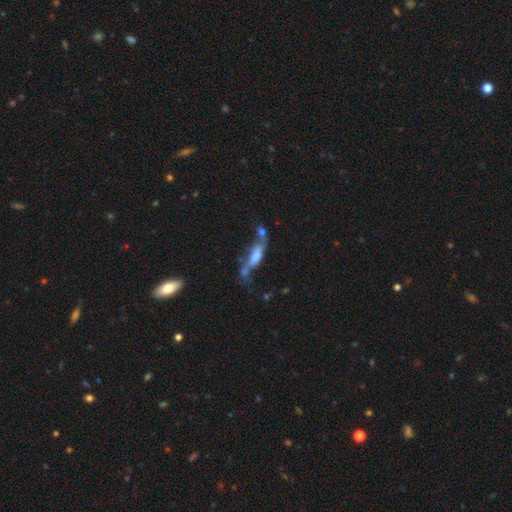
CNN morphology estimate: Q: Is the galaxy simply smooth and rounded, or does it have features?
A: smooth — 47%.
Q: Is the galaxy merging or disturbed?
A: merger — 31%.